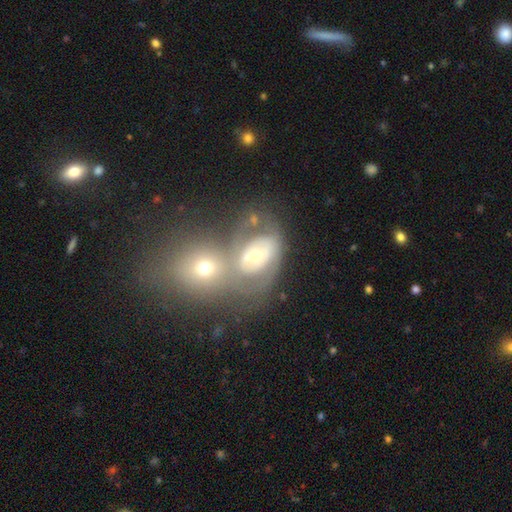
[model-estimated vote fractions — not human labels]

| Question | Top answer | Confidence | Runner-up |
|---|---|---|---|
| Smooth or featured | featured or disk | 56% | smooth (34%) |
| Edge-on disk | no | 94% | yes (6%) |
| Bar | no | 71% | weak (20%) |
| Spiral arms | no | 54% | yes (46%) |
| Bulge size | moderate | 54% | small (38%) |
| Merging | merger | 55% | none (25%) |